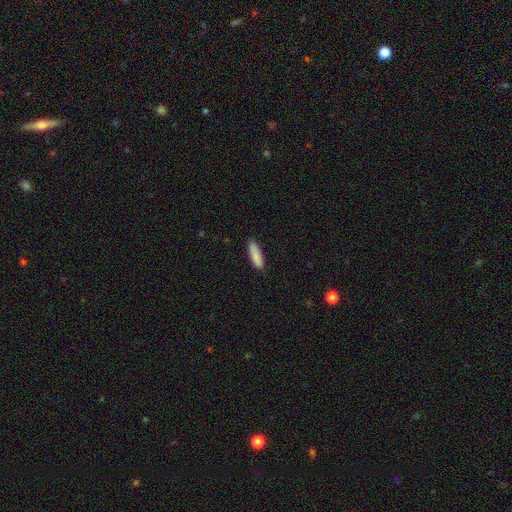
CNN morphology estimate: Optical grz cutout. It shows a smooth galaxy with no disk features (87%) that is cigar-shaped (62%). Merging: none (87%).